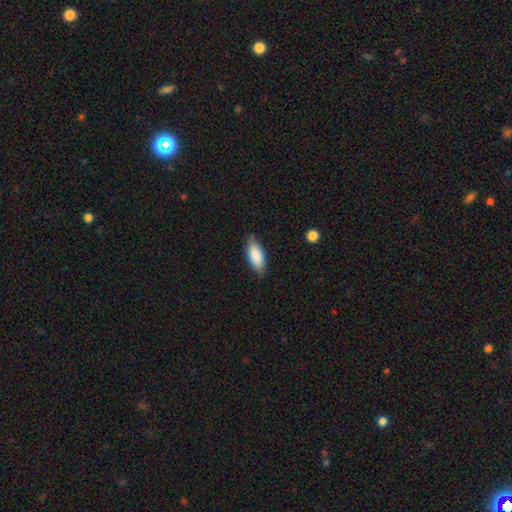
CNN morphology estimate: Q: Smooth or featured?
A: smooth (87%); runner-up: featured or disk (7%)
Q: How rounded?
A: in between (85%); runner-up: cigar-shaped (13%)
Q: Merging?
A: none (79%); runner-up: minor disturbance (16%)